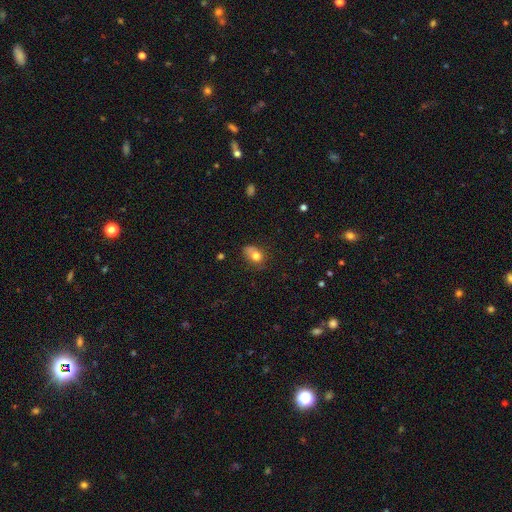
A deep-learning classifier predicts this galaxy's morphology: This appears to be a smooth galaxy with no disk features (74%) that is in between round and cigar-shaped (64%). Merging: none (42%).